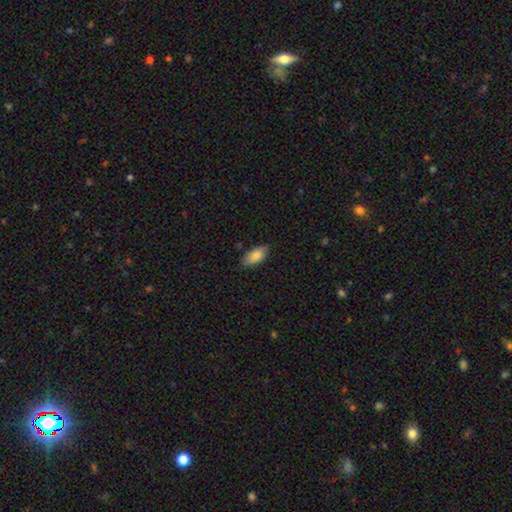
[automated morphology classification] type=smooth (82%); roundness=in between (89%); merging=none (82%).